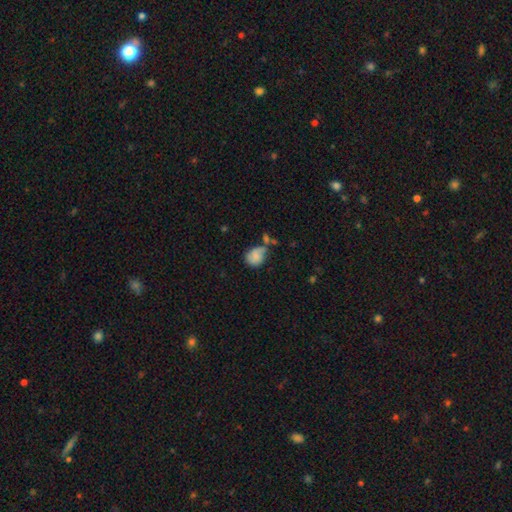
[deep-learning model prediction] Morphology: type=smooth (69%); roundness=round (53%); merging=none (41%).